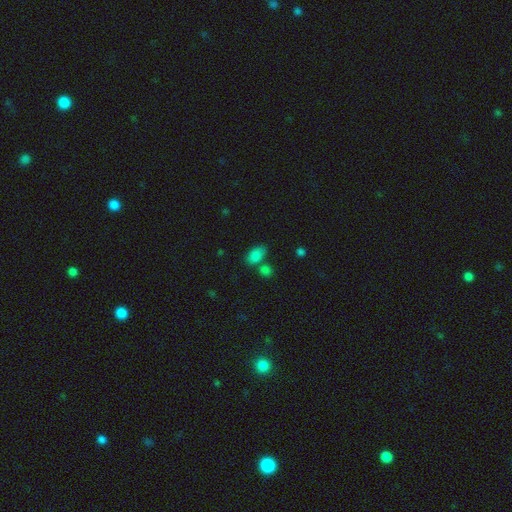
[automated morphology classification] Q: Smooth or featured?
A: smooth (84%); runner-up: star or artifact (11%)
Q: How rounded?
A: in between (90%); runner-up: round (8%)
Q: Merging?
A: none (60%); runner-up: merger (21%)